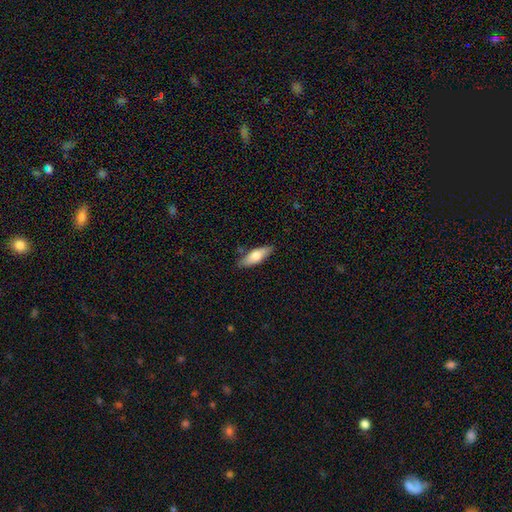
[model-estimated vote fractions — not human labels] Overall: smooth (68%). How rounded: in between (58%; cigar-shaped 39%). Merging: none (83%).